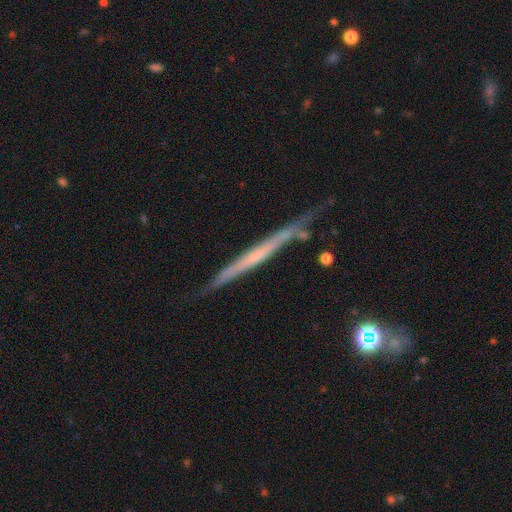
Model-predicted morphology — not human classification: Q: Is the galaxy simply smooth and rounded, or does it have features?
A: featured or disk — 66%.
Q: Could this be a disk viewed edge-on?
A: yes — 95%.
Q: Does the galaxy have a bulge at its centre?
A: none — 75%.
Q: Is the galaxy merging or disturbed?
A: none — 75%.